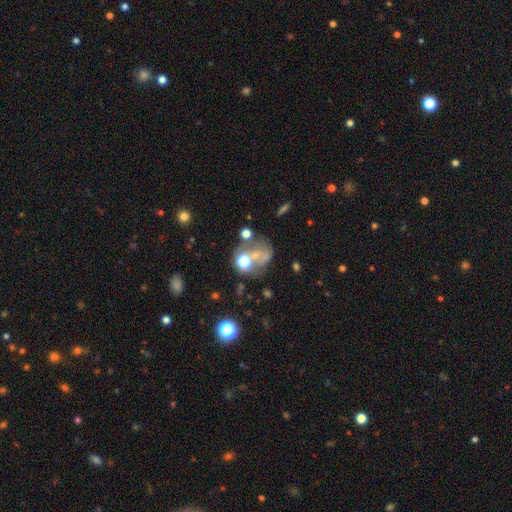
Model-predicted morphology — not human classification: A smooth galaxy with no disk features (44%).

Vote fractions:
- Smooth or featured? smooth: 44% / featured or disk: 33% / star or artifact: 23%
- Merging? none: 30% / merger: 29% / major disturbance: 25% / minor disturbance: 16%